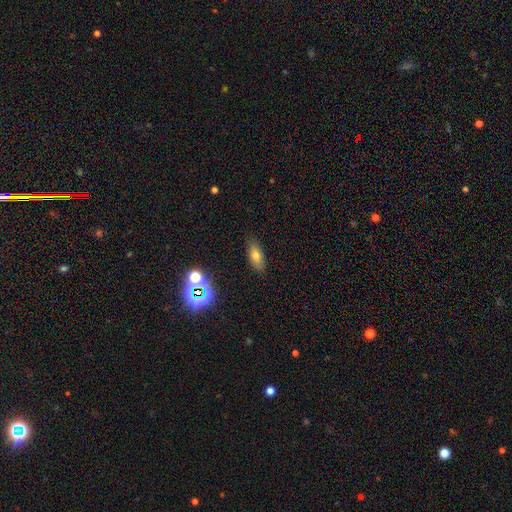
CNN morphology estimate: A smooth galaxy with no disk features (68%) that is in between round and cigar-shaped (79%). Merging: none (85%).